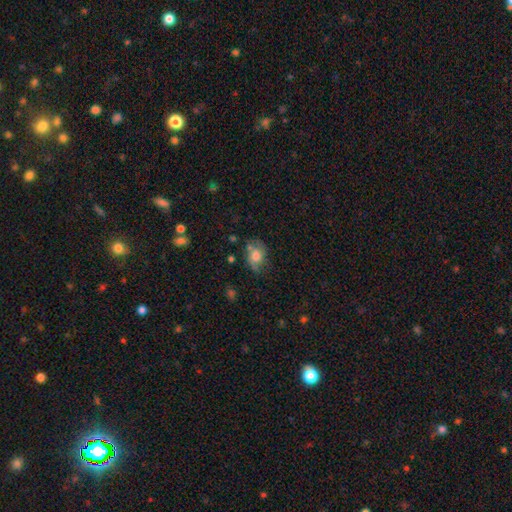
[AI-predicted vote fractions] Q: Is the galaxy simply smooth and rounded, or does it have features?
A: smooth — 56%.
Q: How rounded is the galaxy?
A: in between — 64%.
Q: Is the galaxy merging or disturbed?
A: none — 55%.